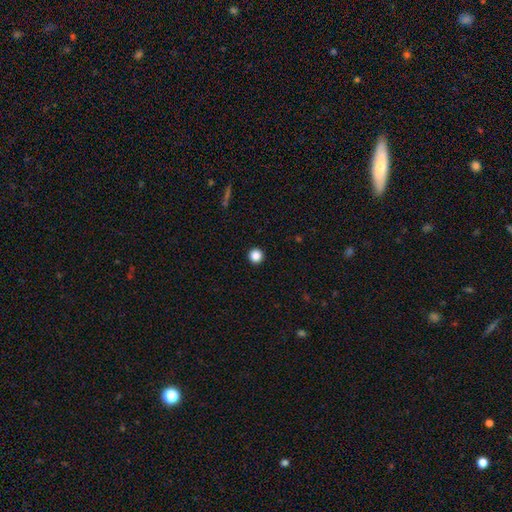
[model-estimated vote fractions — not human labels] This is clearly a smooth galaxy (87%). How rounded: clearly round (96%). Merging: clearly none (94%).